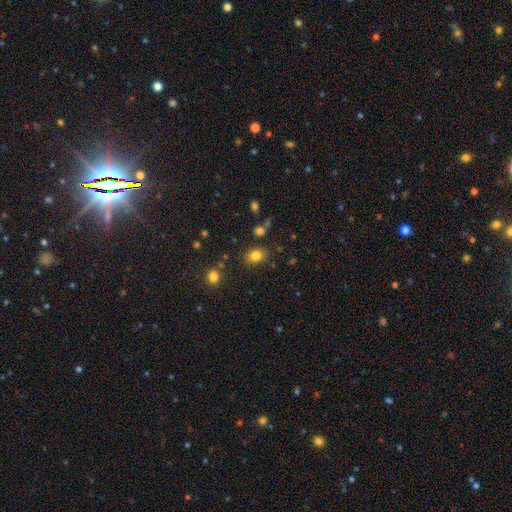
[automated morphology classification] smooth_or_featured: smooth (p=0.82) [alt: star or artifact p=0.12]
how_rounded: in between (p=0.64) [alt: round p=0.35]
merging: none (p=0.80) [alt: minor disturbance p=0.12]